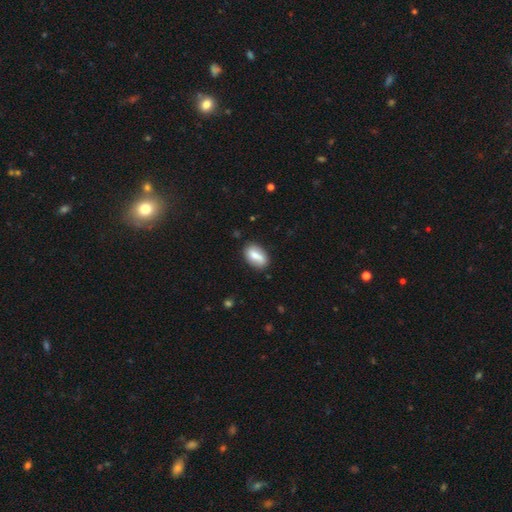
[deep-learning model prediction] Morphology: type=smooth (74%); roundness=in between (90%); merging=none (78%).